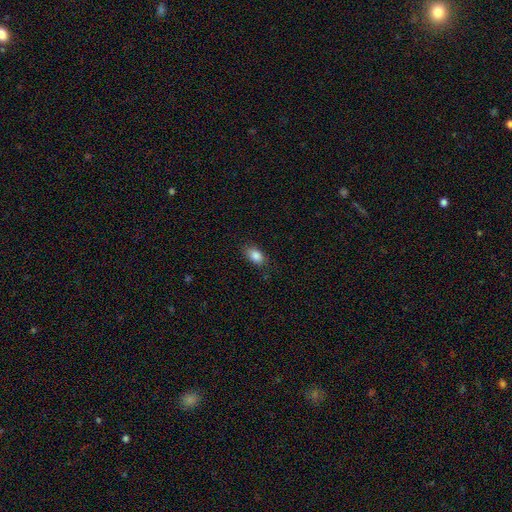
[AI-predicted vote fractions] This is clearly a smooth galaxy (85%). How rounded: clearly in between (86%). Merging: likely none (79%).